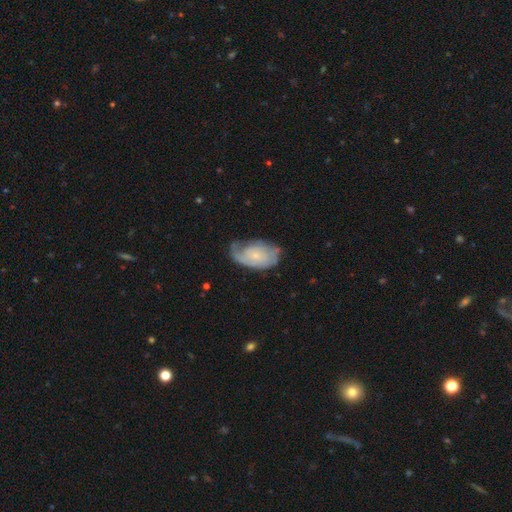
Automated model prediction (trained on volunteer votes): A featured or disk galaxy (64%) with no bar (76%), can't tell (33%, tied with 2) tight (48%) spiral arms (85%) and a small central bulge (70%). Merging: none (51%).